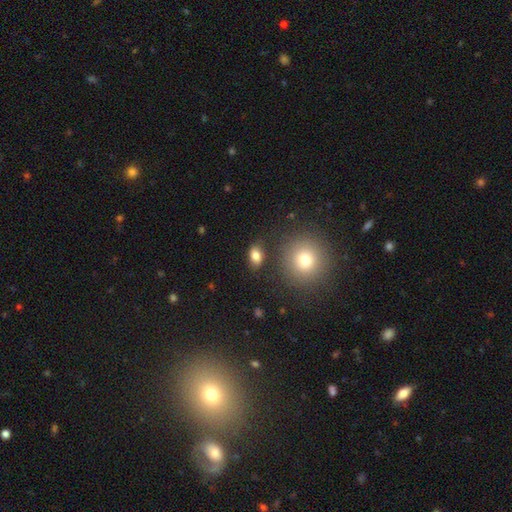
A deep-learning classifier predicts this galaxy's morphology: Smooth or featured?
  - smooth: 81% *
  - star or artifact: 10%
  - featured or disk: 8%
How rounded?
  - in between: 83% *
  - round: 15%
  - cigar-shaped: 2%
Merging?
  - none: 81% *
  - minor disturbance: 12%
  - merger: 4%
  - major disturbance: 4%